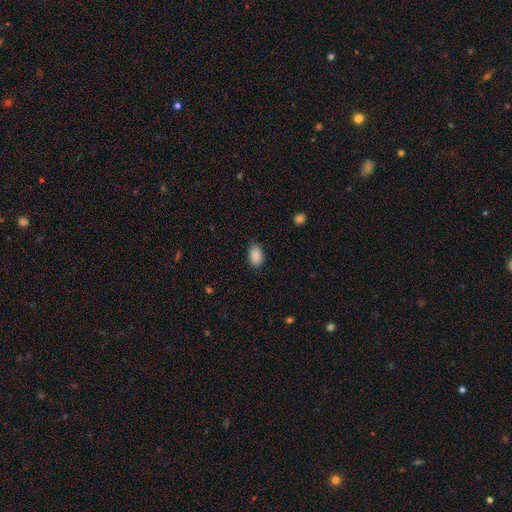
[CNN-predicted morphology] Smooth or featured? Predicted: smooth (p=0.89). How rounded? Predicted: in between (p=0.92). Merging? Predicted: none (p=0.85).